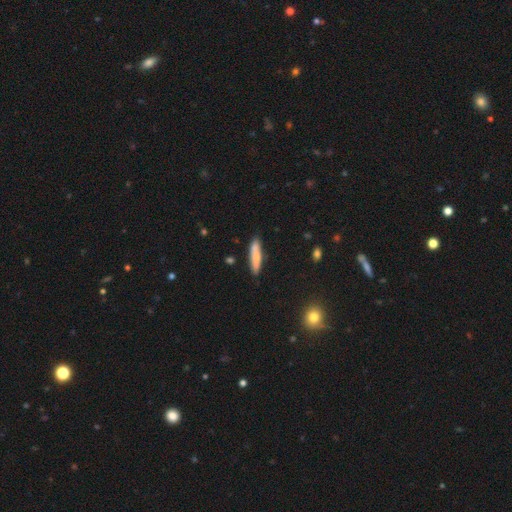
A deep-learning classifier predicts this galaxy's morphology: This is likely a smooth galaxy (72%). How rounded: clearly cigar-shaped (83%). Merging: clearly none (83%).